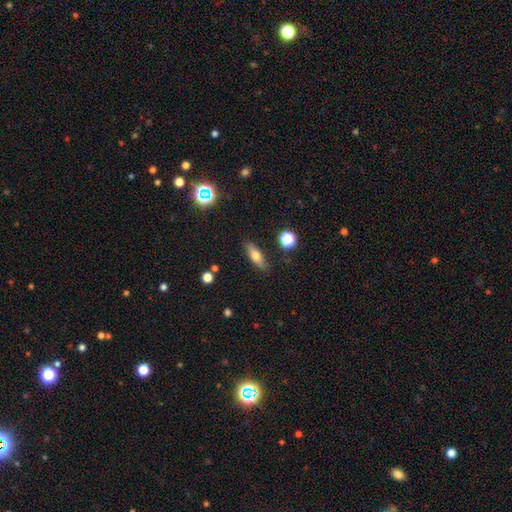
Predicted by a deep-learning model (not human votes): A smooth galaxy with no disk features (64%) that is in between round and cigar-shaped (51%).

Vote fractions:
- Smooth or featured? smooth: 64% / featured or disk: 28% / star or artifact: 9%
- How rounded? in between: 51% / cigar-shaped: 44% / round: 5%
- Merging? none: 86% / minor disturbance: 10% / major disturbance: 2% / merger: 2%